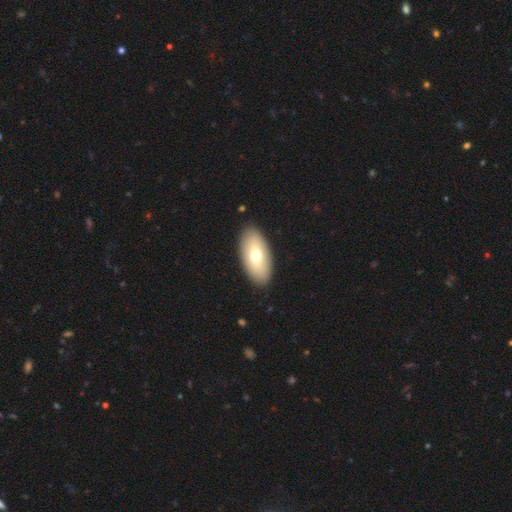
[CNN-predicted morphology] type=smooth (69%); roundness=in between (94%); merging=none (89%).